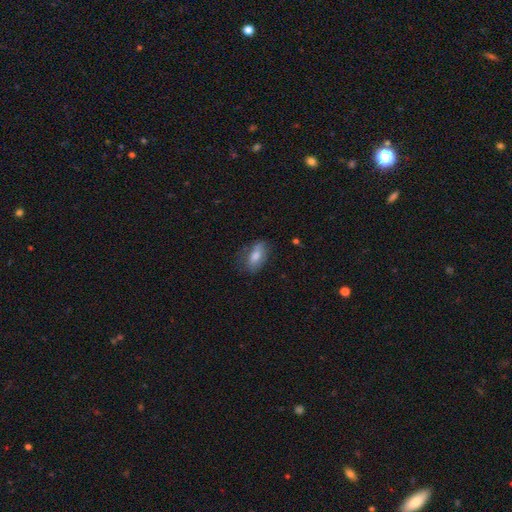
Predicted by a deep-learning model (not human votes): Smooth or featured? smooth (70%)
How rounded? in between (85%)
Merging? none (68%)